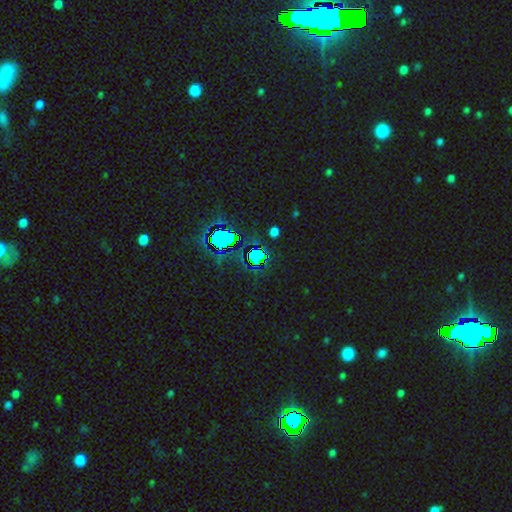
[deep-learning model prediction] The model was most divided on "smooth or featured": star or artifact: 76%, smooth: 16%, featured or disk: 8%.